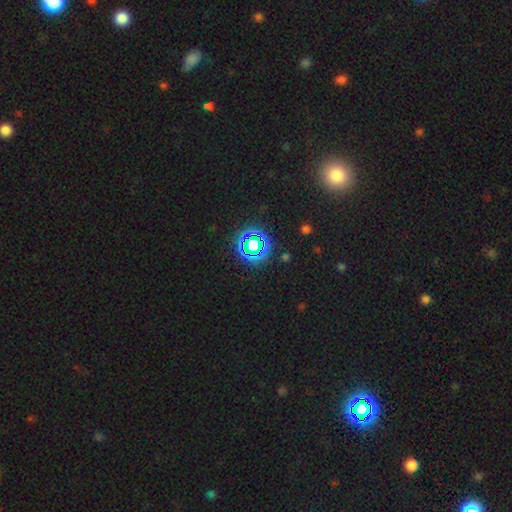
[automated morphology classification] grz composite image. It shows a star or artifact, not a galaxy (73%).